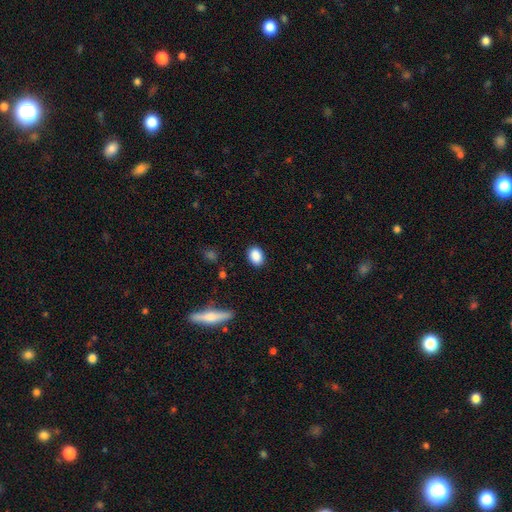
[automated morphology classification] smooth_or_featured: smooth (p=0.88) [alt: star or artifact p=0.08]
how_rounded: in between (p=0.74) [alt: round p=0.25]
merging: none (p=0.87) [alt: minor disturbance p=0.09]